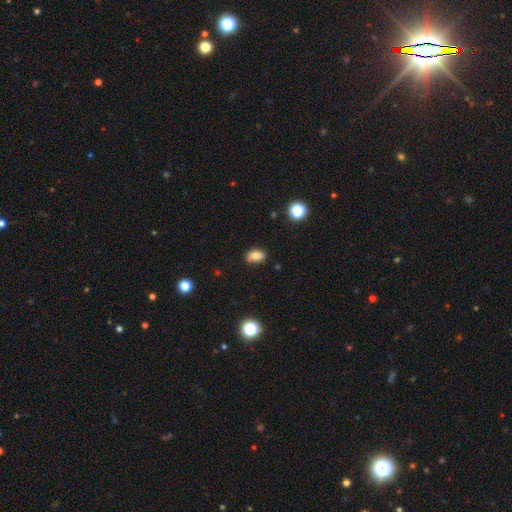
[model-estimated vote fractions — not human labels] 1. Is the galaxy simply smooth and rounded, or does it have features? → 82% smooth, 11% star or artifact, 7% featured or disk.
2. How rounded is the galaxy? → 84% in between, 14% round, 2% cigar-shaped.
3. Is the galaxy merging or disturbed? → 79% none, 16% minor disturbance, 3% major disturbance, 2% merger.